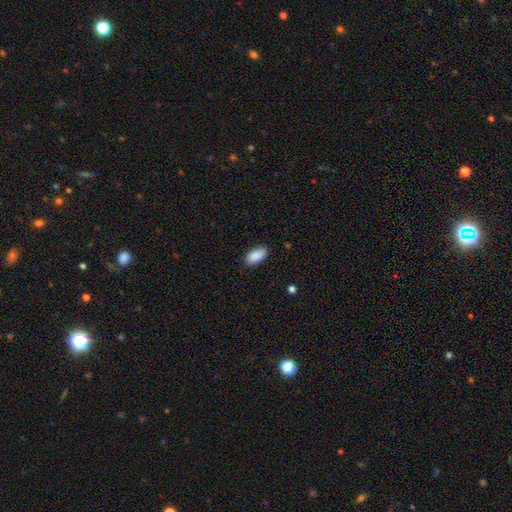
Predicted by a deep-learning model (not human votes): Smooth or featured? smooth (89%)
How rounded? in between (93%)
Merging? none (85%)